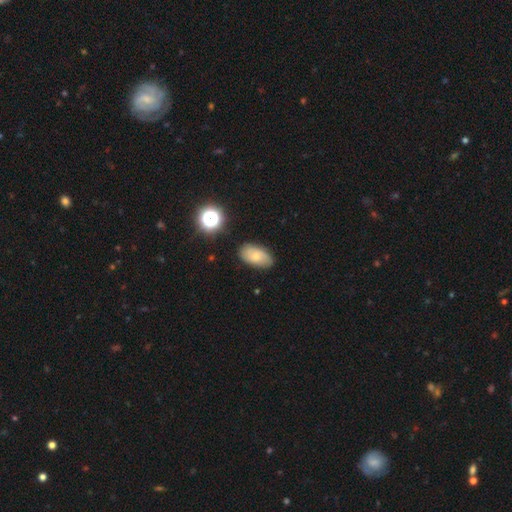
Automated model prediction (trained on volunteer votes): Smooth or featured? smooth (65%)
How rounded? in between (91%)
Merging? none (78%)